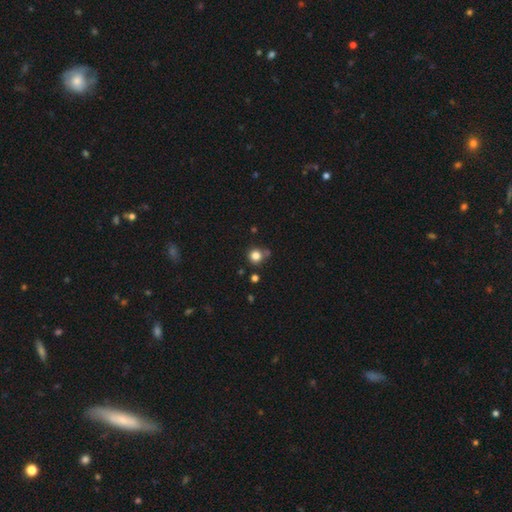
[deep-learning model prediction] Smooth or featured? Predicted: smooth (p=0.82). How rounded? Predicted: round (p=0.91). Merging? Predicted: none (p=0.74).